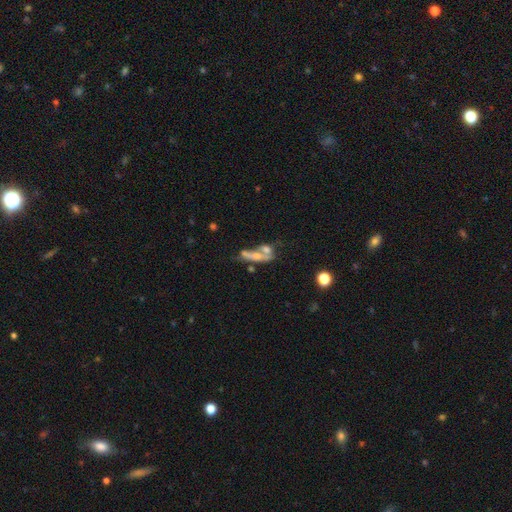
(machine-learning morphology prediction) Smooth or featured: smooth — 45% (featured or disk — 44%)
Merging: merger — 51% (none — 22%)